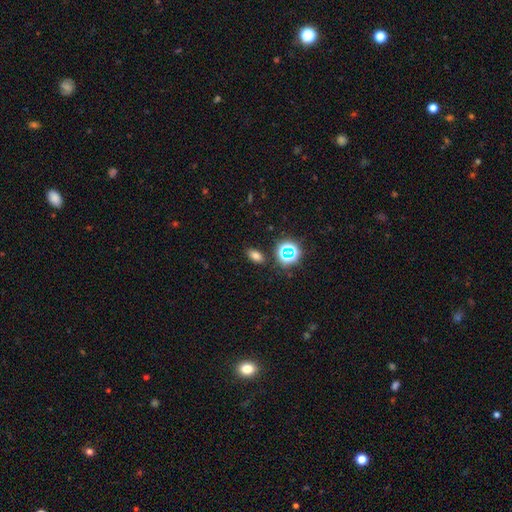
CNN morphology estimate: Smooth or featured? Predicted: smooth (p=0.71). How rounded? Predicted: in between (p=0.84). Merging? Predicted: none (p=0.85).